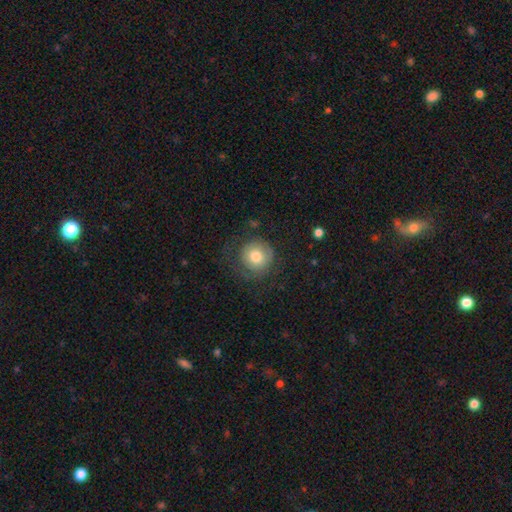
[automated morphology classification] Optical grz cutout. It shows a smooth galaxy with no disk features (71%) that is round (92%). Merging: none (66%).